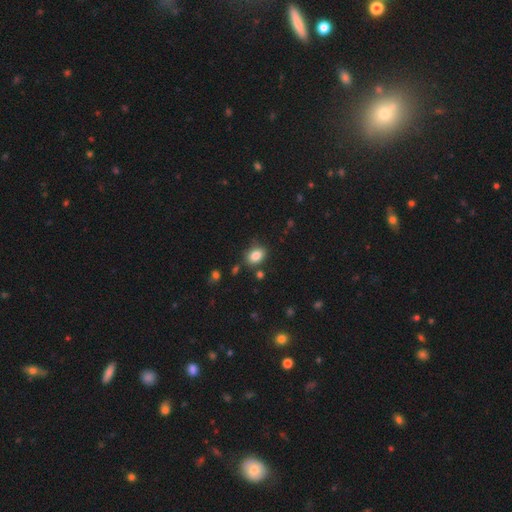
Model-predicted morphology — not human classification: A smooth galaxy with no disk features (85%) that is in between round and cigar-shaped (73%).

Vote fractions:
- Smooth or featured? smooth: 85% / star or artifact: 9% / featured or disk: 6%
- How rounded? in between: 73% / round: 25% / cigar-shaped: 1%
- Merging? none: 79% / minor disturbance: 13% / merger: 4% / major disturbance: 3%